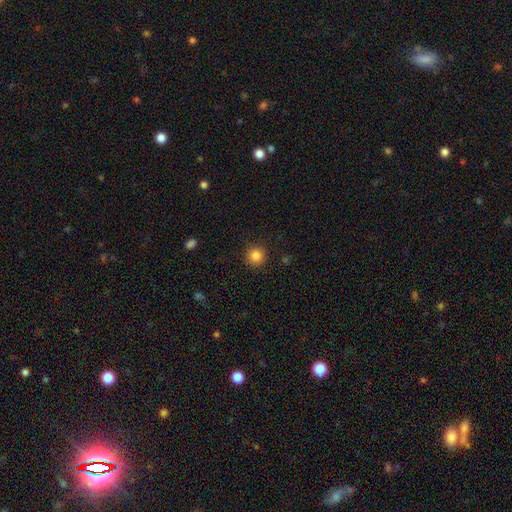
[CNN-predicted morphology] Smooth or featured: smooth — 85% (star or artifact — 11%)
How rounded: round — 94% (in between — 5%)
Merging: none — 91% (minor disturbance — 6%)